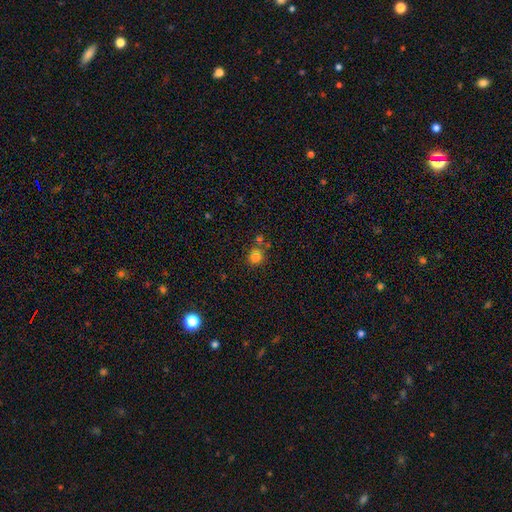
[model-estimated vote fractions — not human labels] smooth-or-featured: smooth: 75% | star or artifact: 17% | featured or disk: 7%
  how-rounded: round: 78% | in between: 21% | cigar-shaped: 1%
  merging: none: 62% | merger: 23% | minor disturbance: 11% | major disturbance: 4%